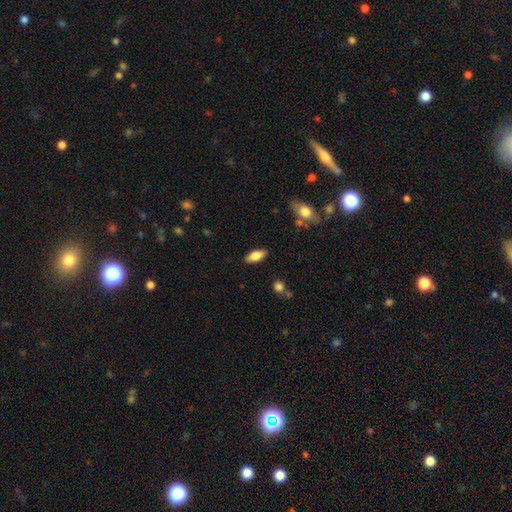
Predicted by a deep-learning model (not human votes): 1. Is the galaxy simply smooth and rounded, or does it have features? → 75% smooth, 18% featured or disk, 7% star or artifact.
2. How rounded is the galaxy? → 81% in between, 16% cigar-shaped, 2% round.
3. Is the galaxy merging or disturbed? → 86% none, 10% minor disturbance, 2% major disturbance, 2% merger.